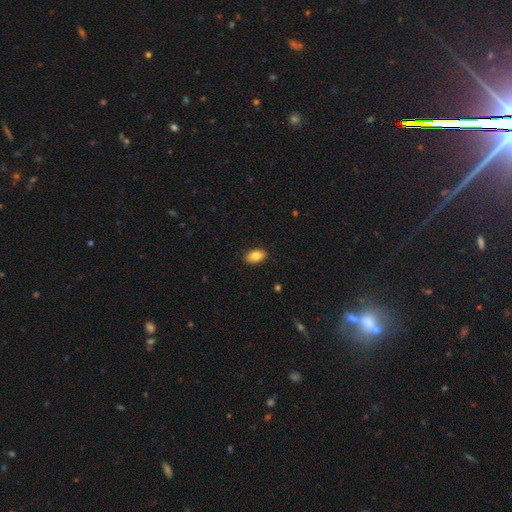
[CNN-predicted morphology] Q: Smooth or featured?
A: smooth (84%); runner-up: featured or disk (8%)
Q: How rounded?
A: in between (92%); runner-up: round (6%)
Q: Merging?
A: none (89%); runner-up: minor disturbance (8%)